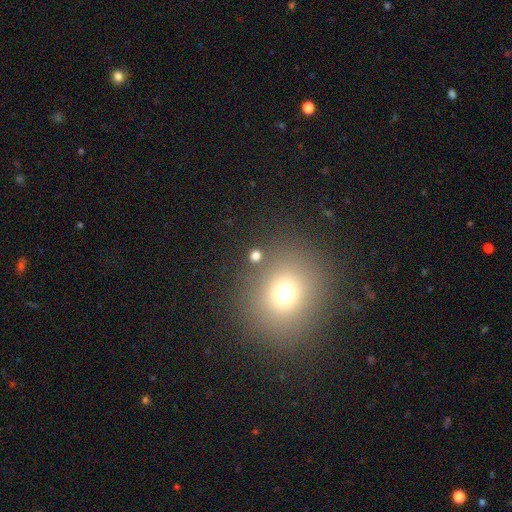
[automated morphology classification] smooth 71%, star or artifact 21%, featured or disk 8%. Down the decision tree: how rounded — round (83%); merging — none (81%).